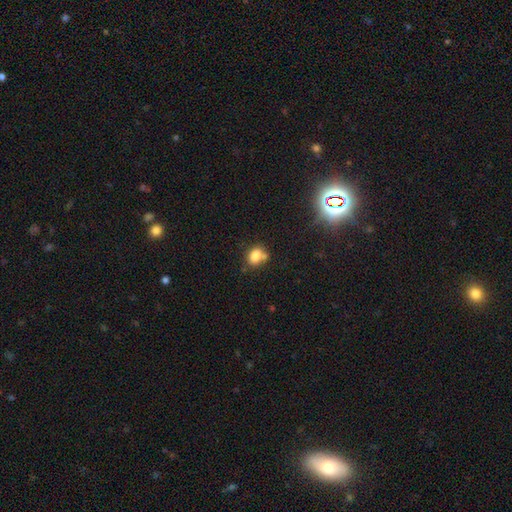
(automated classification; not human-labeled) This appears to be a smooth galaxy with no disk features (79%) that is in between round and cigar-shaped (65%). Merging: none (52%).